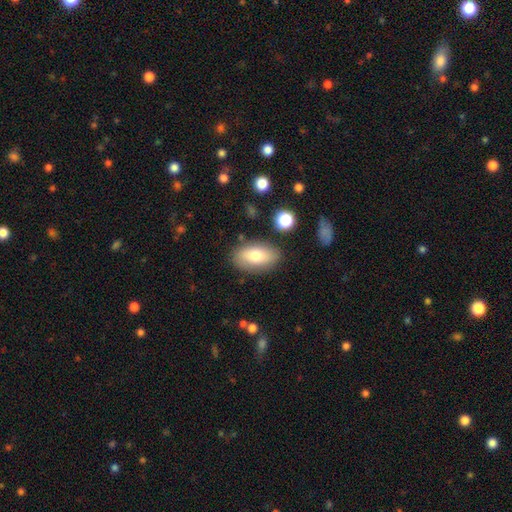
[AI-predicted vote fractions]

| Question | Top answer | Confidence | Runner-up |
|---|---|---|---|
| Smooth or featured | smooth | 73% | featured or disk (19%) |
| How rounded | in between | 91% | round (6%) |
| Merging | none | 81% | minor disturbance (12%) |